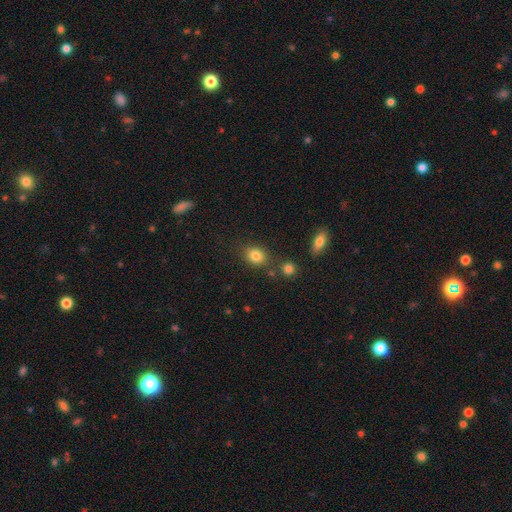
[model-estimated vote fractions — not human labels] smooth_or_featured: smooth (p=0.82) [alt: star or artifact p=0.11]
how_rounded: round (p=0.50) [alt: in between p=0.49]
merging: none (p=0.77) [alt: minor disturbance p=0.12]